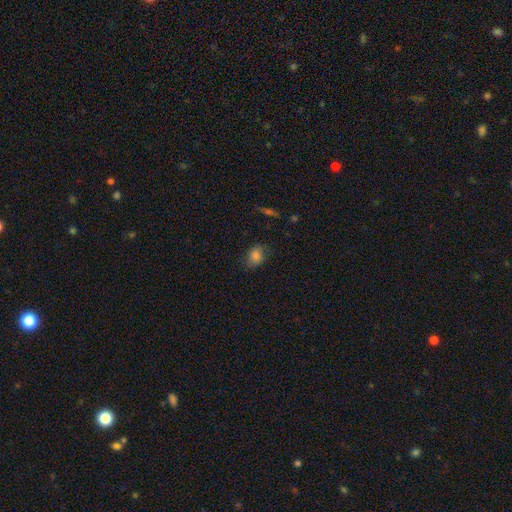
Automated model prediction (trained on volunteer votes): smooth-or-featured: smooth: 79% | star or artifact: 11% | featured or disk: 10%
  how-rounded: in between: 61% | round: 38% | cigar-shaped: 1%
  merging: none: 74% | minor disturbance: 20% | major disturbance: 5% | merger: 1%